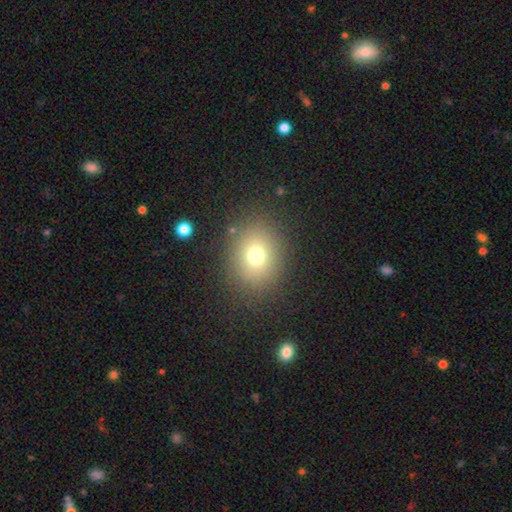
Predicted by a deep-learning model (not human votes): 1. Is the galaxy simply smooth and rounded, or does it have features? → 72% smooth, 17% star or artifact, 11% featured or disk.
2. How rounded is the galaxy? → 67% round, 32% in between, 1% cigar-shaped.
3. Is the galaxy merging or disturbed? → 85% none, 9% minor disturbance, 5% major disturbance, 2% merger.